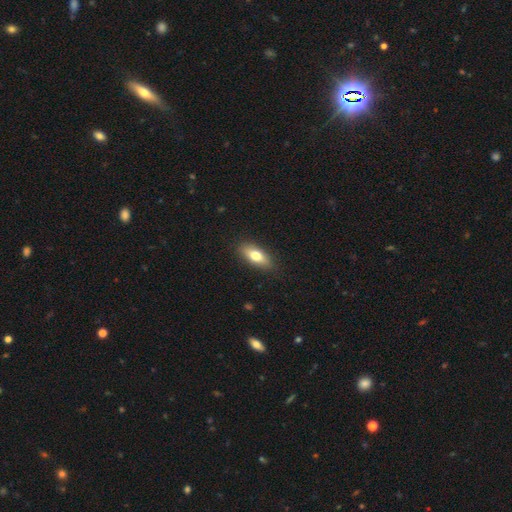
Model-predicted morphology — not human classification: Smooth or featured?
  - smooth: 72% *
  - featured or disk: 21%
  - star or artifact: 7%
How rounded?
  - in between: 75% *
  - cigar-shaped: 22%
  - round: 4%
Merging?
  - none: 86% *
  - minor disturbance: 10%
  - major disturbance: 2%
  - merger: 1%